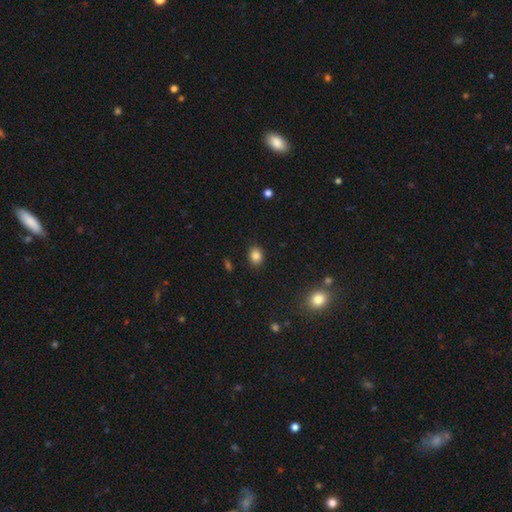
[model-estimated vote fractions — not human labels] The model was most divided on "how rounded": round: 52%, in between: 47%, cigar-shaped: 1%. More confident: merging — none (89%); smooth or featured — smooth (84%).